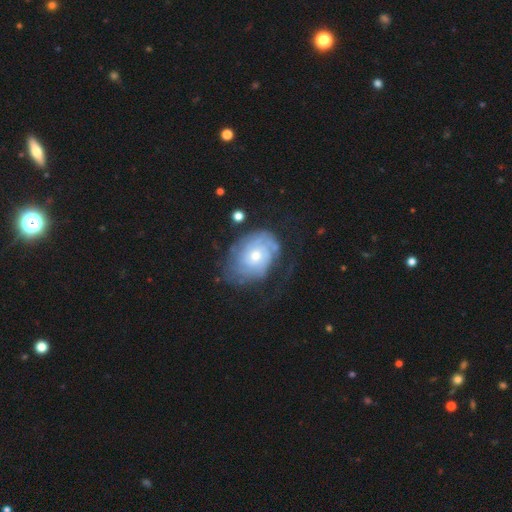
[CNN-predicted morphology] Smooth or featured?
  - featured or disk: 78% *
  - smooth: 16%
  - star or artifact: 6%
Edge-on disk?
  - no: 96% *
  - yes: 4%
Bar?
  - no: 78% *
  - weak: 19%
  - strong: 3%
Spiral arms?
  - yes: 89% *
  - no: 11%
Spiral winding?
  - tight: 72% *
  - medium: 20%
  - loose: 8%
Spiral arm count?
  - can't tell: 54% *
  - 2: 17%
  - 3: 10%
  - 4: 7%
  - more than 4: 5%
  - 1: 5%
Bulge size?
  - moderate: 51% *
  - small: 44%
  - large: 3%
  - none: 1%
  - dominant: 1%
Merging?
  - none: 60% *
  - minor disturbance: 22%
  - major disturbance: 16%
  - merger: 2%